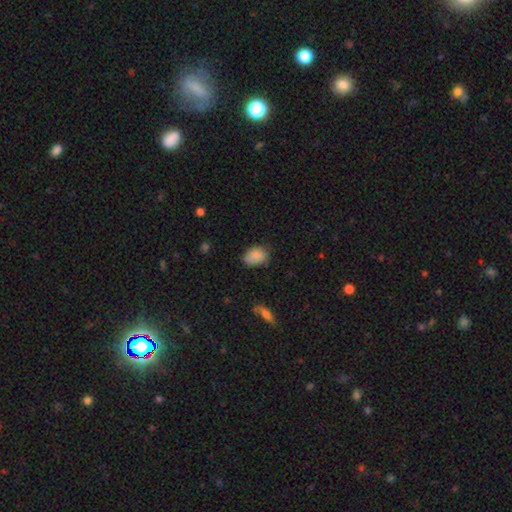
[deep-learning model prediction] Smooth or featured? smooth (85%)
How rounded? in between (80%)
Merging? none (66%)